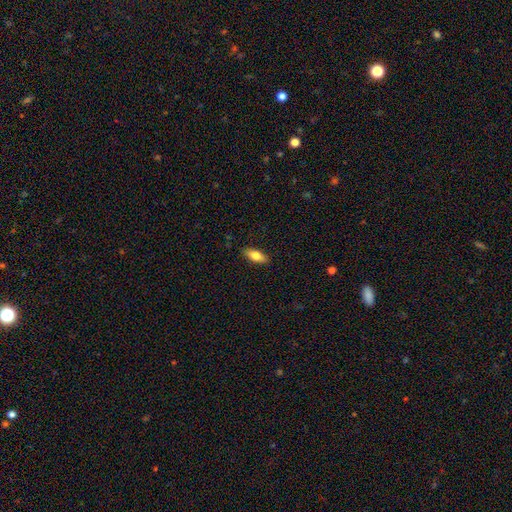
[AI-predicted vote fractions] A smooth galaxy with no disk features (75%) that is in between round and cigar-shaped (76%).

Vote fractions:
- Smooth or featured? smooth: 75% / featured or disk: 19% / star or artifact: 7%
- How rounded? in between: 76% / cigar-shaped: 22% / round: 3%
- Merging? none: 88% / minor disturbance: 9% / major disturbance: 2% / merger: 1%